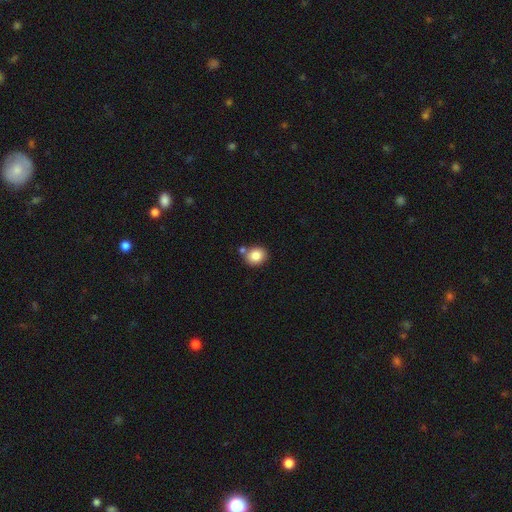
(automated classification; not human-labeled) Smooth or featured? smooth (83%)
How rounded? round (74%)
Merging? none (69%)